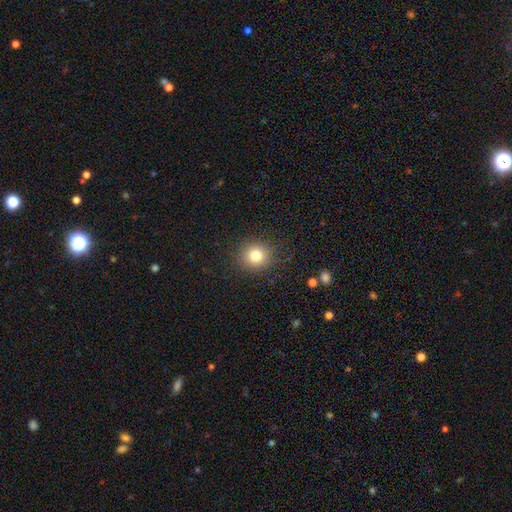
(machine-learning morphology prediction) Smooth or featured?
  - smooth: 80% *
  - star or artifact: 13%
  - featured or disk: 8%
How rounded?
  - round: 87% *
  - in between: 12%
  - cigar-shaped: 1%
Merging?
  - none: 89% *
  - minor disturbance: 7%
  - major disturbance: 3%
  - merger: 1%